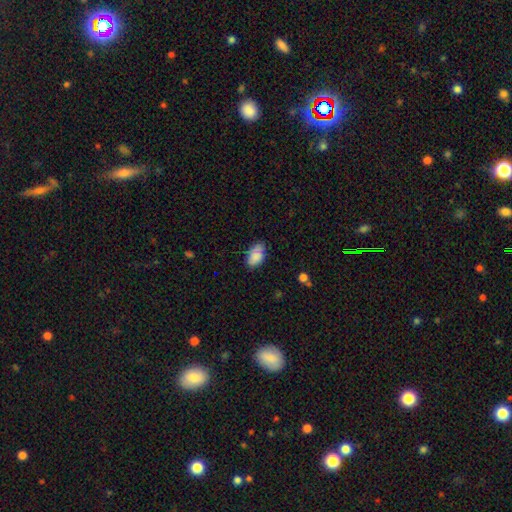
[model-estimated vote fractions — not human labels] Smooth or featured?
  - smooth: 84% *
  - featured or disk: 8%
  - star or artifact: 8%
How rounded?
  - in between: 92% *
  - round: 7%
  - cigar-shaped: 2%
Merging?
  - none: 67% *
  - minor disturbance: 26%
  - major disturbance: 5%
  - merger: 2%